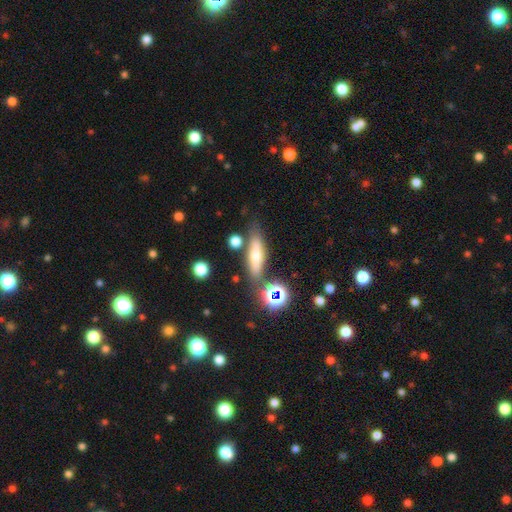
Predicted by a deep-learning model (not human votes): The model was most divided on "how rounded": cigar-shaped: 51%, in between: 43%, round: 6%. More confident: merging — none (72%); smooth or featured — smooth (55%).